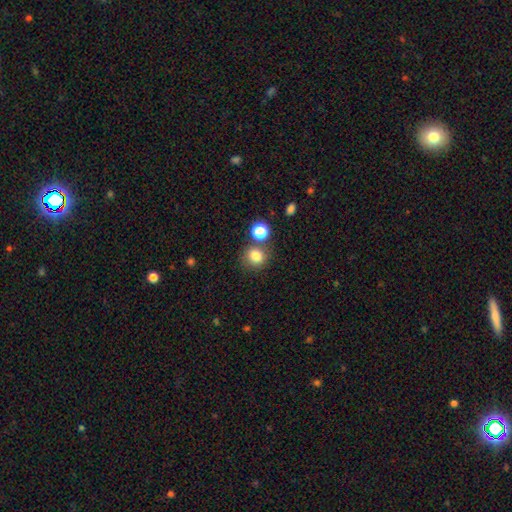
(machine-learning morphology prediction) smooth_or_featured: smooth (p=0.80) [alt: star or artifact p=0.14]
how_rounded: round (p=0.82) [alt: in between p=0.18]
merging: none (p=0.71) [alt: merger p=0.15]